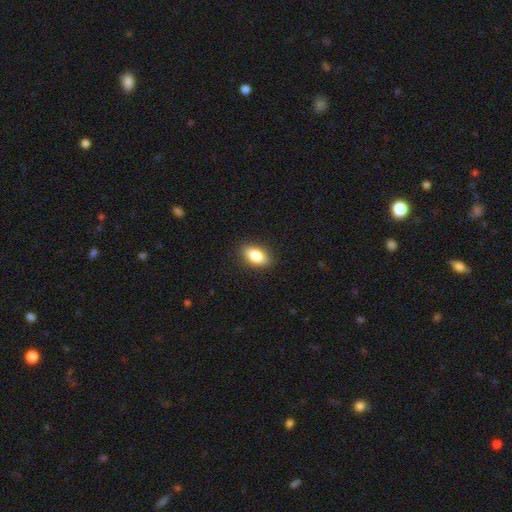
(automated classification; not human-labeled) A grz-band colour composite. It shows a smooth galaxy with no disk features (84%) that is in between round and cigar-shaped (89%). Merging: none (88%).